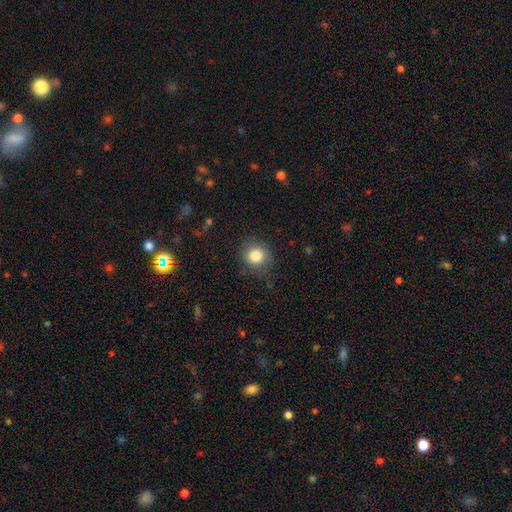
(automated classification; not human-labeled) Q: Smooth or featured?
A: smooth (82%); runner-up: star or artifact (10%)
Q: How rounded?
A: round (89%); runner-up: in between (10%)
Q: Merging?
A: none (81%); runner-up: minor disturbance (13%)